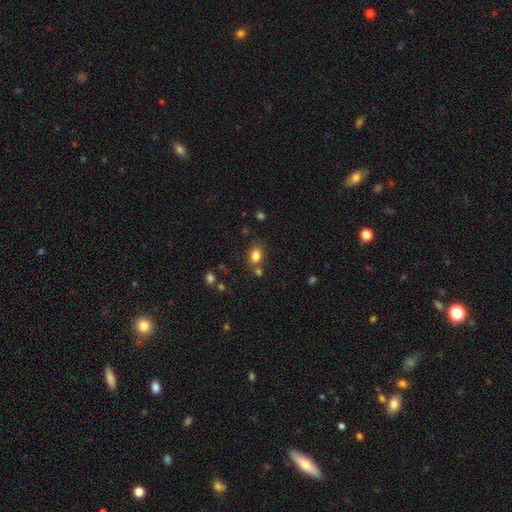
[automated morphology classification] Smooth or featured?
  - smooth: 82% *
  - star or artifact: 11%
  - featured or disk: 7%
How rounded?
  - in between: 62% *
  - round: 37%
  - cigar-shaped: 1%
Merging?
  - none: 67% *
  - merger: 16%
  - minor disturbance: 13%
  - major disturbance: 4%